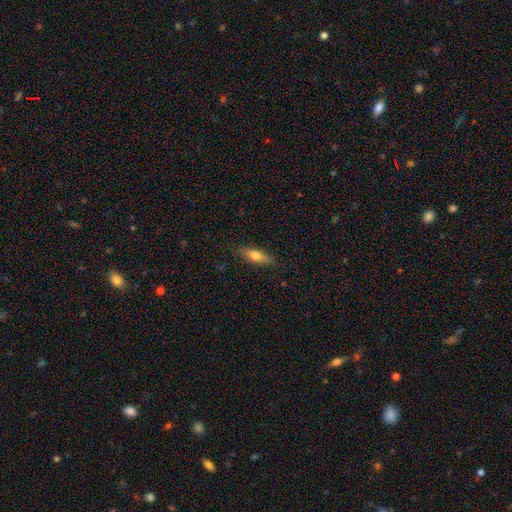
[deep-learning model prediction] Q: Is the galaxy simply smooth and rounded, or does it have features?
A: smooth — 66%.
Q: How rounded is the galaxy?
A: in between — 55%.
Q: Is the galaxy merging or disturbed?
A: none — 85%.